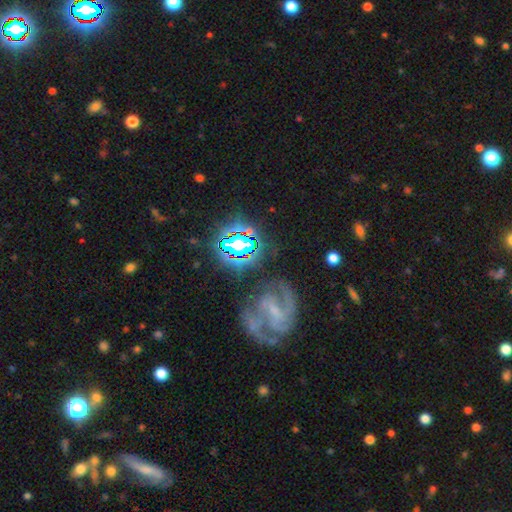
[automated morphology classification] Smooth or featured? featured or disk (59%)
Edge-on disk? no (95%)
Bar? strong (38%, tied with weak)
Spiral arms? yes (90%)
Spiral winding? medium (48%)
Spiral arm count? 2 (69%)
Bulge size? small (66%)
Merging? none (64%)